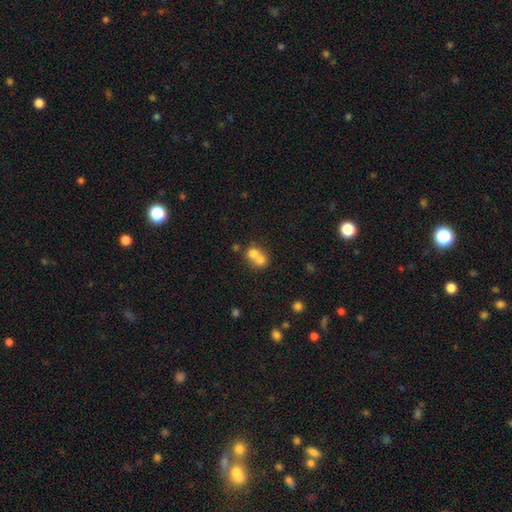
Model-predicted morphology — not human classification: This is likely a smooth galaxy (70%). How rounded: likely round (74%). Merging: likely merger (69%).